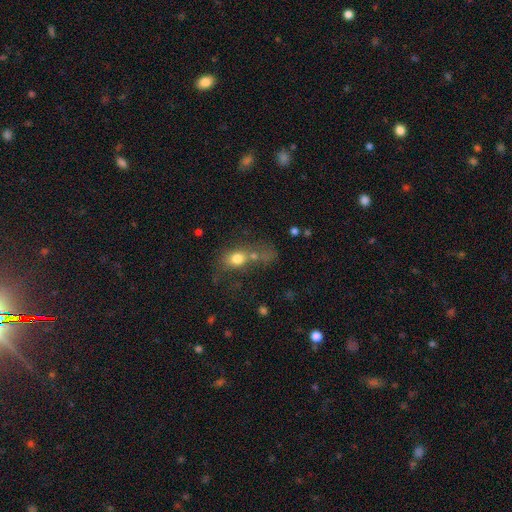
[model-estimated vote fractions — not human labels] This appears to be a smooth galaxy with no disk features (64%) that is round (50%). Merging: merger (34%, tied with none).